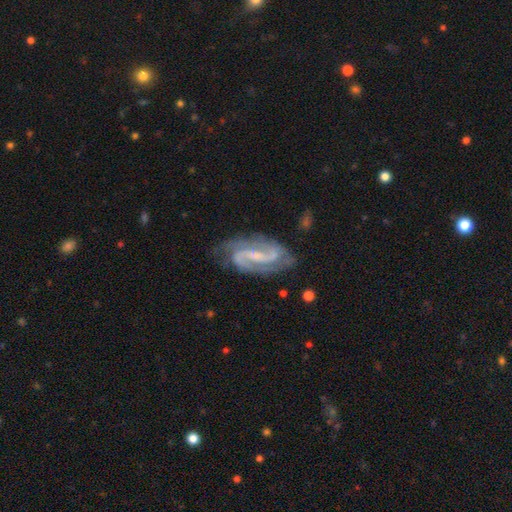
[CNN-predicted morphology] smooth-or-featured: featured or disk: 88% | smooth: 6% | star or artifact: 5%
  disk-edge-on: no: 96% | yes: 4%
    bar: weak: 44% | strong: 39% | no: 17%
    has-spiral-arms: yes: 97% | no: 3%
      spiral-winding: medium: 52% | tight: 26% | loose: 22%
      spiral-arm-count: 2: 87% | can't tell: 4% | 3: 4% | 1: 2% | 4: 1% | more than 4: 1%
    bulge-size: small: 46% | none: 30% | moderate: 21% | large: 2% | dominant: 1%
  merging: none: 75% | minor disturbance: 17% | major disturbance: 6% | merger: 2%